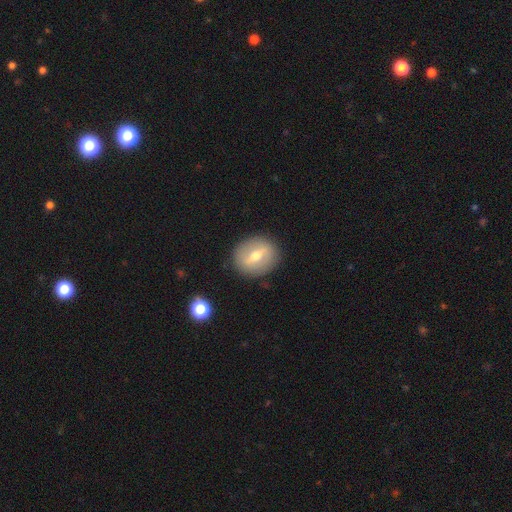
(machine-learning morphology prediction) A featured or disk galaxy (59%) with a strong bar (54%), no spiral arms (76%) and a moderate central bulge (71%). Merging: none (87%).